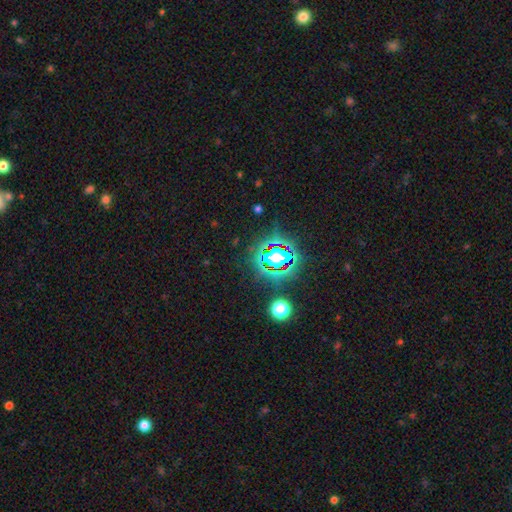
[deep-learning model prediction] smooth-or-featured: star or artifact: 82% | smooth: 11% | featured or disk: 7%